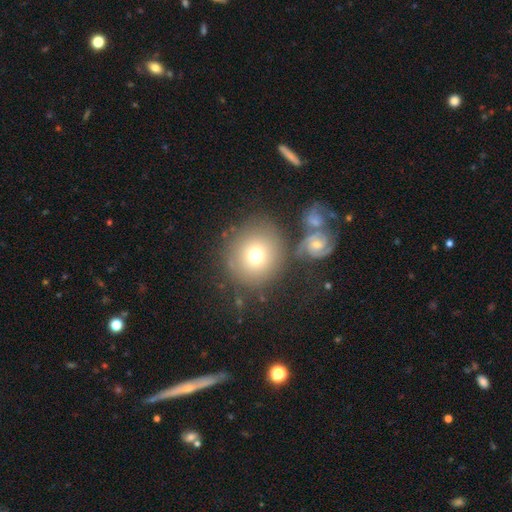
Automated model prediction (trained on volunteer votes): A smooth galaxy with no disk features (69%) that is round (87%).

Vote fractions:
- Smooth or featured? smooth: 69% / featured or disk: 21% / star or artifact: 10%
- How rounded? round: 87% / in between: 12% / cigar-shaped: 1%
- Merging? none: 68% / merger: 14% / minor disturbance: 12% / major disturbance: 6%